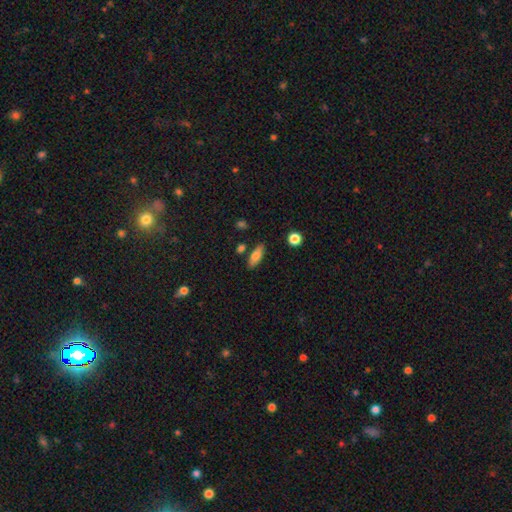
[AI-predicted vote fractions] The model was most divided on "how rounded": in between: 72%, cigar-shaped: 25%, round: 3%. More confident: merging — none (81%); smooth or featured — smooth (79%).